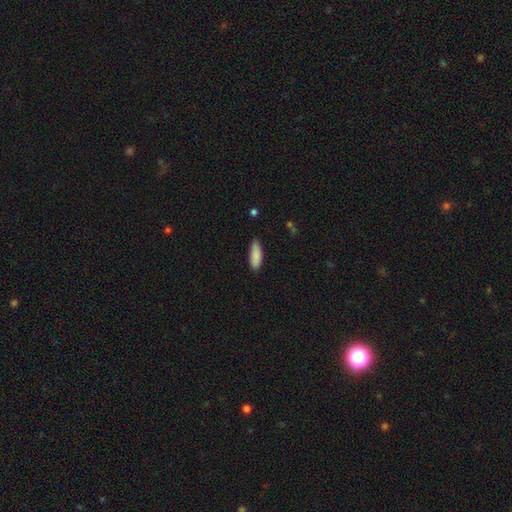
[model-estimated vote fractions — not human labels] This appears to be a smooth galaxy with no disk features (88%) that is in between round and cigar-shaped (59%). Merging: none (84%).